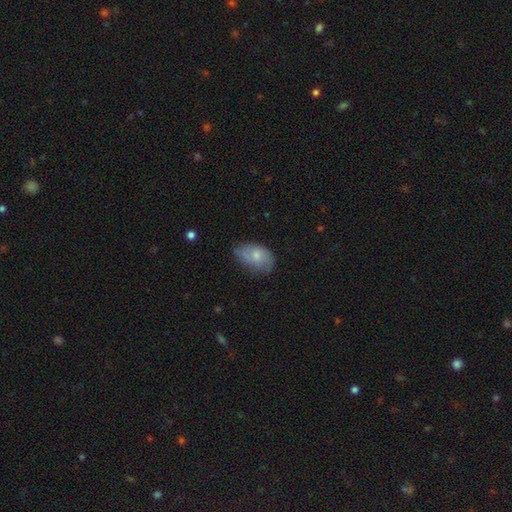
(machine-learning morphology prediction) Smooth or featured?
  - smooth: 69% *
  - featured or disk: 24%
  - star or artifact: 7%
How rounded?
  - in between: 90% *
  - round: 8%
  - cigar-shaped: 2%
Merging?
  - none: 57% *
  - minor disturbance: 34%
  - major disturbance: 8%
  - merger: 2%